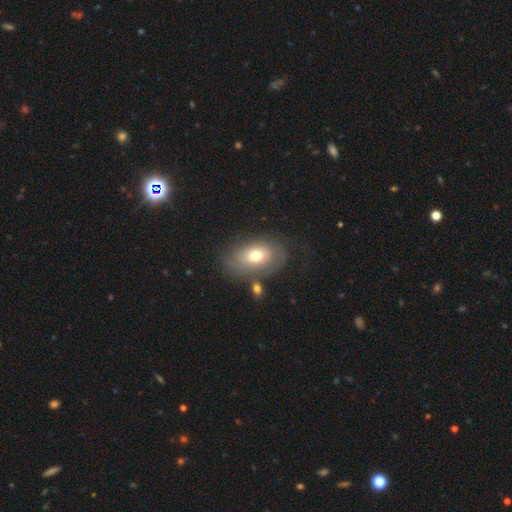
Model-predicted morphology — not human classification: A smooth galaxy with no disk features (61%) that is in between round and cigar-shaped (83%). Merging: none (61%).